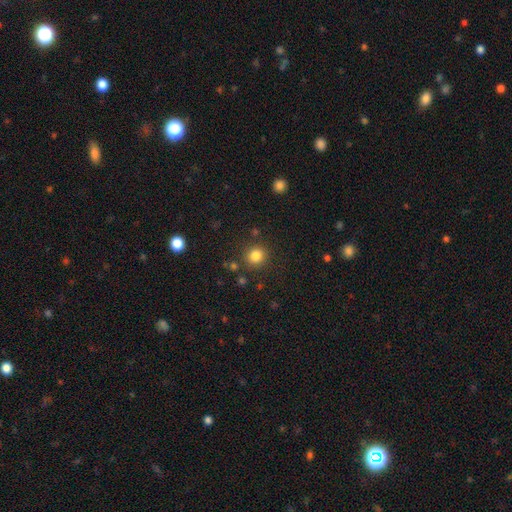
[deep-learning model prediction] Smooth or featured? Predicted: smooth (p=0.82). How rounded? Predicted: round (p=0.87). Merging? Predicted: none (p=0.86).